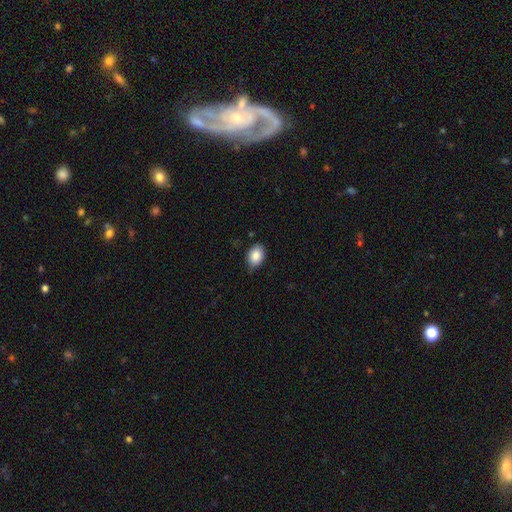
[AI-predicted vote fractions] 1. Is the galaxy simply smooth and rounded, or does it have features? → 87% smooth, 8% star or artifact, 5% featured or disk.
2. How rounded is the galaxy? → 78% in between, 20% round, 1% cigar-shaped.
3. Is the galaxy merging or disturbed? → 77% none, 19% minor disturbance, 3% major disturbance, 1% merger.